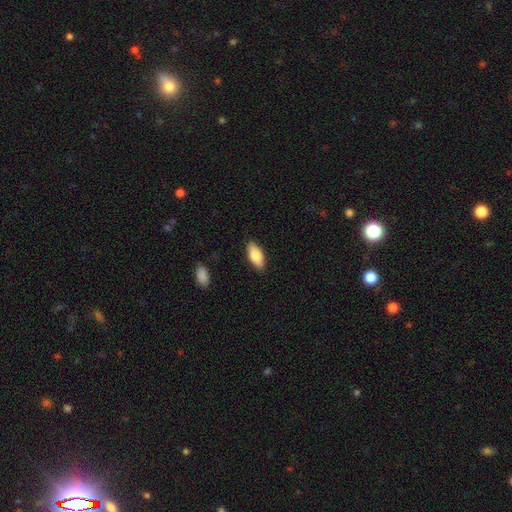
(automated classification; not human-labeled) smooth 78%, featured or disk 16%, star or artifact 6%. Down the decision tree: how rounded — in between (84%); merging — none (87%).